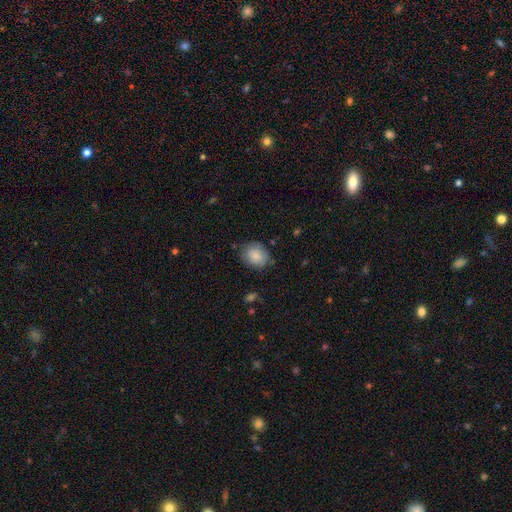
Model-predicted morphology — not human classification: Overall: smooth (83%). How rounded: round (61%; in between 38%). Merging: none (74%).